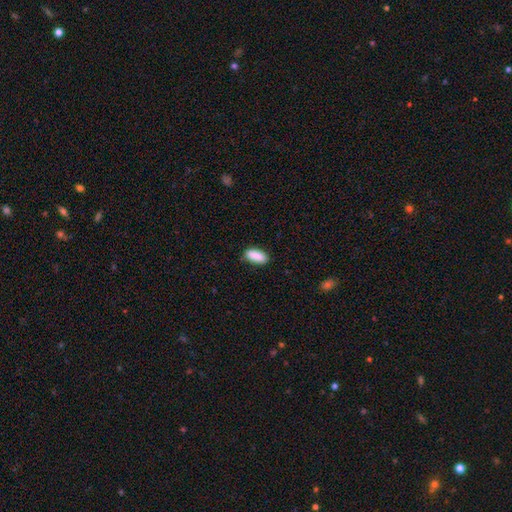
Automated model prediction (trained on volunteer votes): Q: Smooth or featured?
A: smooth (90%); runner-up: star or artifact (7%)
Q: How rounded?
A: in between (84%); runner-up: cigar-shaped (13%)
Q: Merging?
A: none (84%); runner-up: minor disturbance (12%)